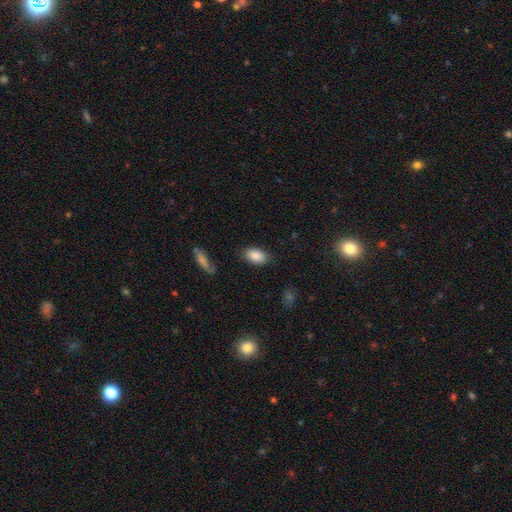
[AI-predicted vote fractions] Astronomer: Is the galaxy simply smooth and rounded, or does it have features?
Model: smooth — 86%.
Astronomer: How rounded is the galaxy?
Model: in between — 92%.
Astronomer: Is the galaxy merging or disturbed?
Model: none — 83%.